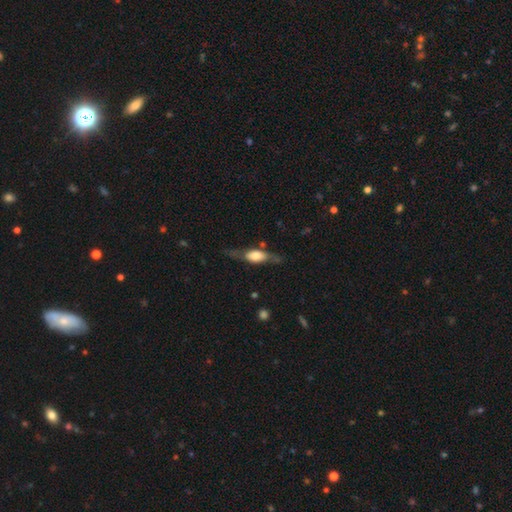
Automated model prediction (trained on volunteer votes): Smooth or featured?
  - featured or disk: 48% *
  - smooth: 46%
  - star or artifact: 6%
Merging?
  - none: 60% *
  - minor disturbance: 24%
  - major disturbance: 14%
  - merger: 3%